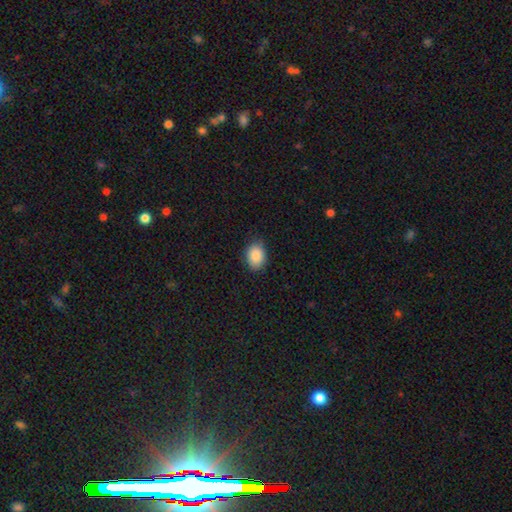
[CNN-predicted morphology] This is clearly a smooth galaxy (89%). How rounded: likely in between (70%). Merging: clearly none (82%).